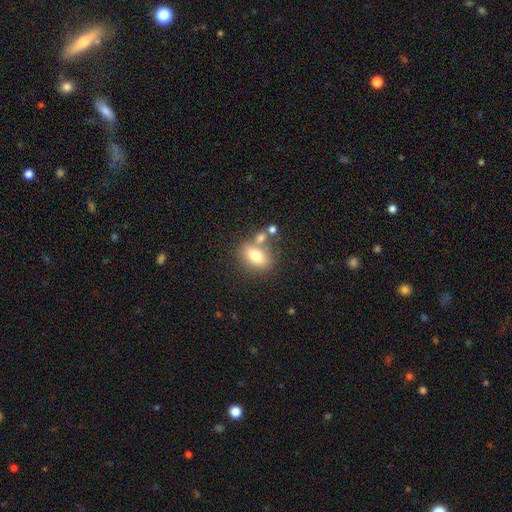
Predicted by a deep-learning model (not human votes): smooth_or_featured: smooth (p=0.76) [alt: featured or disk p=0.15]
how_rounded: in between (p=0.80) [alt: round p=0.18]
merging: none (p=0.57) [alt: merger p=0.25]